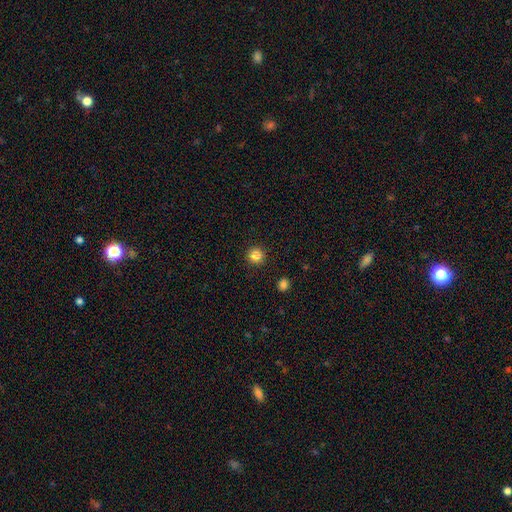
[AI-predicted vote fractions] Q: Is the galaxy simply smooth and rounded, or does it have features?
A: smooth — 85%.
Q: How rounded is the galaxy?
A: round — 94%.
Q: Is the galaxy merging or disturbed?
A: none — 92%.